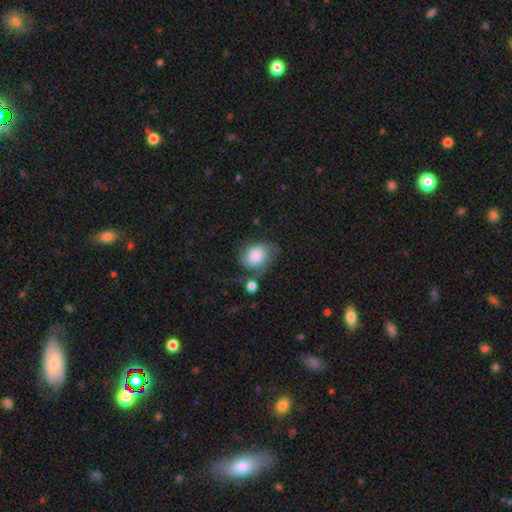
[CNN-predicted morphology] A smooth galaxy with no disk features (61%) that is in between round and cigar-shaped (53%). Merging: none (34%).